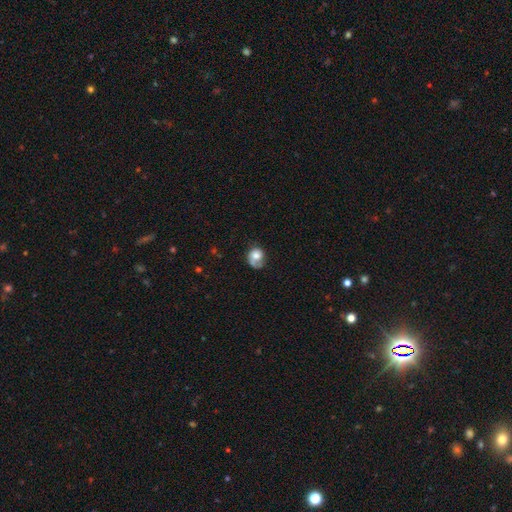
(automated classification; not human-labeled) A smooth galaxy with no disk features (65%) that is round (67%).

Vote fractions:
- Smooth or featured? smooth: 65% / featured or disk: 26% / star or artifact: 9%
- How rounded? round: 67% / in between: 32% / cigar-shaped: 1%
- Merging? none: 38% / major disturbance: 23% / minor disturbance: 23% / merger: 16%